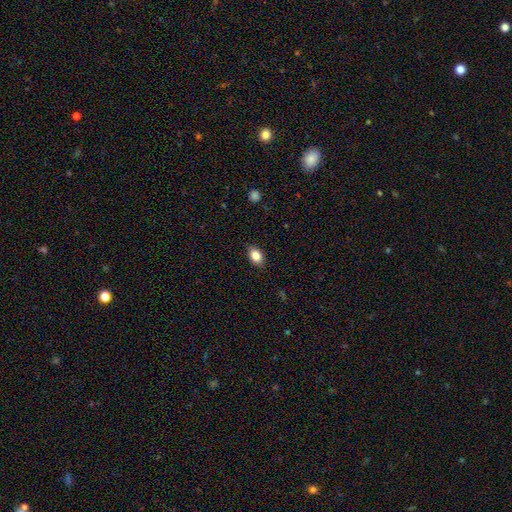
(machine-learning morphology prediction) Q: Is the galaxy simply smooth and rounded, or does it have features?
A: smooth — 85%.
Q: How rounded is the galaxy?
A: in between — 82%.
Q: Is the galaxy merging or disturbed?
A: none — 86%.